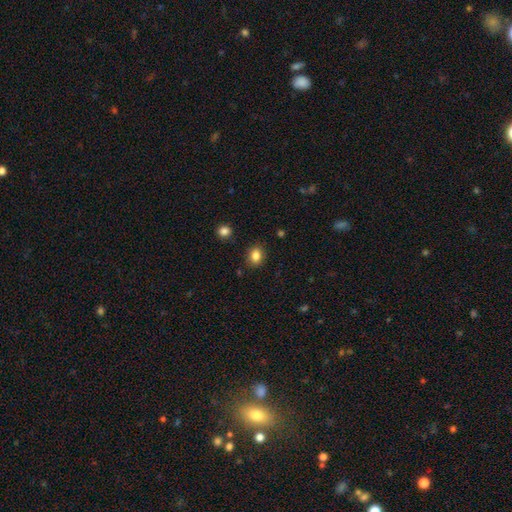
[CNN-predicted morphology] A smooth galaxy with no disk features (85%) that is in between round and cigar-shaped (50%).

Vote fractions:
- Smooth or featured? smooth: 85% / star or artifact: 10% / featured or disk: 5%
- How rounded? in between: 50% / round: 49% / cigar-shaped: 1%
- Merging? none: 87% / minor disturbance: 9% / major disturbance: 2% / merger: 2%